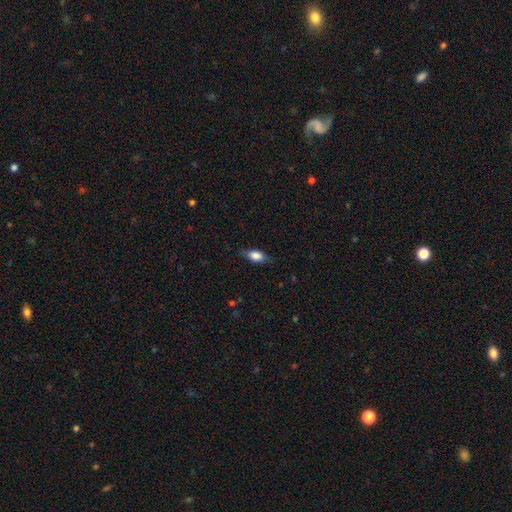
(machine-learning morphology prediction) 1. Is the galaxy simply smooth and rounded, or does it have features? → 77% smooth, 16% featured or disk, 8% star or artifact.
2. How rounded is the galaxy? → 82% in between, 11% cigar-shaped, 6% round.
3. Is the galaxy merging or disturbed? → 76% none, 19% minor disturbance, 5% major disturbance, 1% merger.